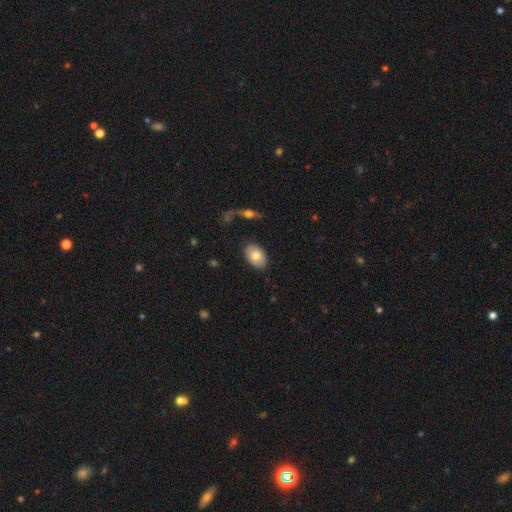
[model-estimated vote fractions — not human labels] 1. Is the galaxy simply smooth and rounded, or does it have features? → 75% smooth, 18% featured or disk, 7% star or artifact.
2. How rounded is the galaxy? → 89% in between, 10% round, 1% cigar-shaped.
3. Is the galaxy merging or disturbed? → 86% none, 9% minor disturbance, 2% major disturbance, 2% merger.